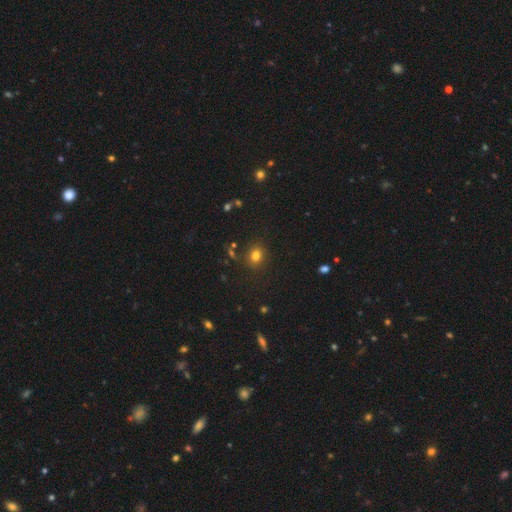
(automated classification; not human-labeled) Morphology: type=smooth (78%); roundness=round (59%); merging=none (82%).